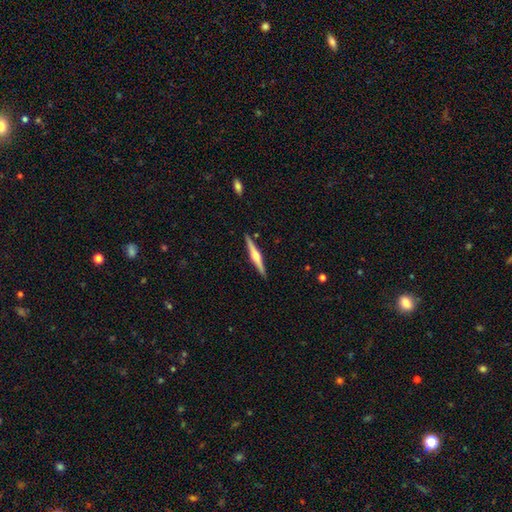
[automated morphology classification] featured or disk 72%, smooth 23%, star or artifact 5%. Down the decision tree: edge-on disk — yes (98%); edge-on bulge — rounded (86%); merging — none (91%).